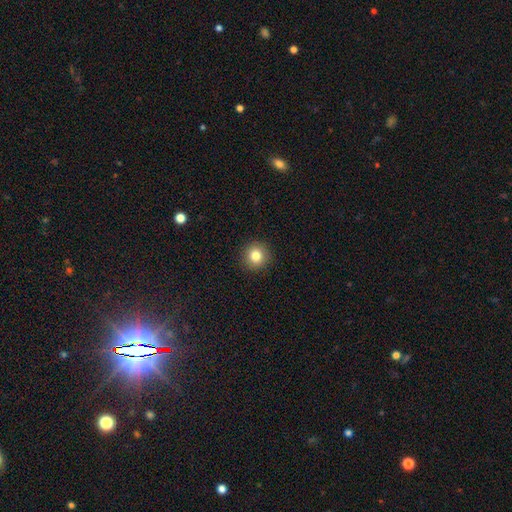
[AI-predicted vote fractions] Q: Smooth or featured?
A: smooth (82%); runner-up: star or artifact (11%)
Q: How rounded?
A: round (93%); runner-up: in between (6%)
Q: Merging?
A: none (92%); runner-up: minor disturbance (5%)